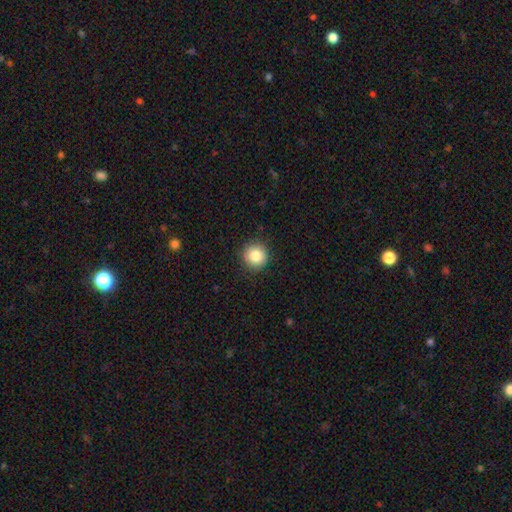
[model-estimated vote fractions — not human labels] smooth-or-featured: smooth: 85% | star or artifact: 9% | featured or disk: 6%
  how-rounded: round: 94% | in between: 5% | cigar-shaped: 1%
  merging: none: 90% | minor disturbance: 7% | major disturbance: 2% | merger: 1%